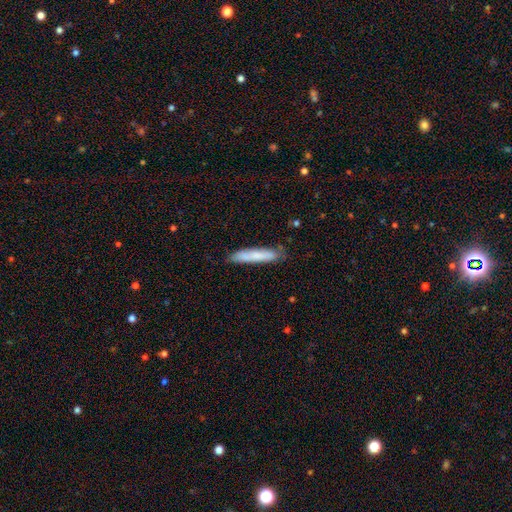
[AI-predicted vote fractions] smooth_or_featured: smooth (p=0.75) [alt: featured or disk p=0.19]
how_rounded: cigar-shaped (p=0.89) [alt: in between p=0.09]
merging: none (p=0.82) [alt: minor disturbance p=0.14]